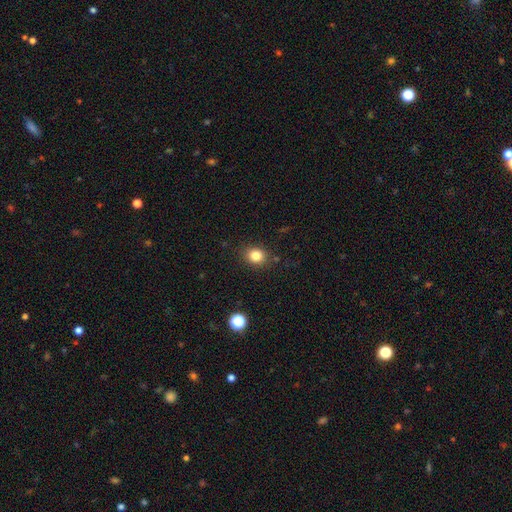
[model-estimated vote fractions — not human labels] A smooth galaxy with no disk features (82%) that is round (66%).

Vote fractions:
- Smooth or featured? smooth: 82% / star or artifact: 12% / featured or disk: 6%
- How rounded? round: 66% / in between: 33% / cigar-shaped: 1%
- Merging? none: 86% / minor disturbance: 10% / major disturbance: 3% / merger: 2%